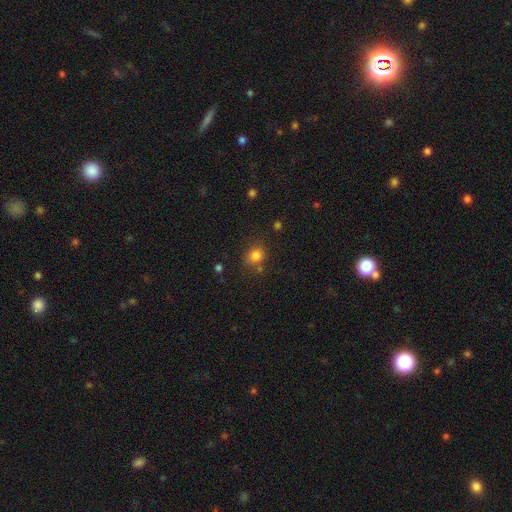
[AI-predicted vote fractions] Overall: smooth (81%). How rounded: round (72%). Merging: none (73%).